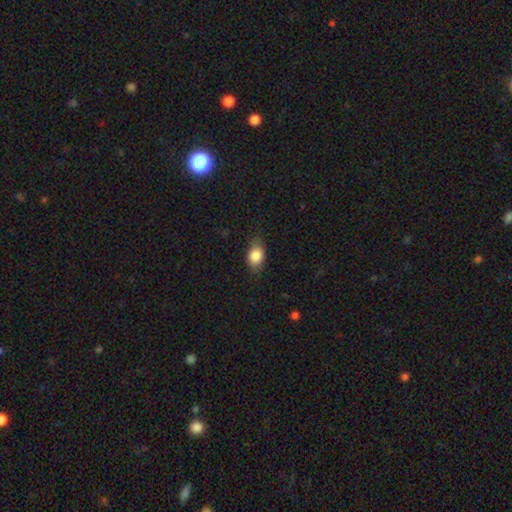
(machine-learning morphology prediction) Overall: smooth (85%). How rounded: in between (79%). Merging: none (77%).